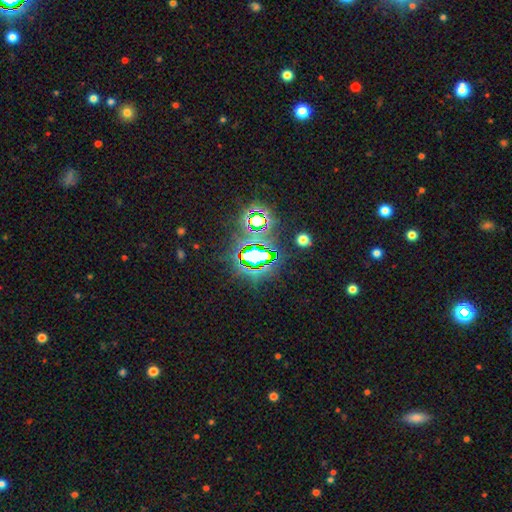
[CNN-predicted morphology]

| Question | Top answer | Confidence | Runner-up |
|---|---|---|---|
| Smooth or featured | star or artifact | 75% | smooth (15%) |